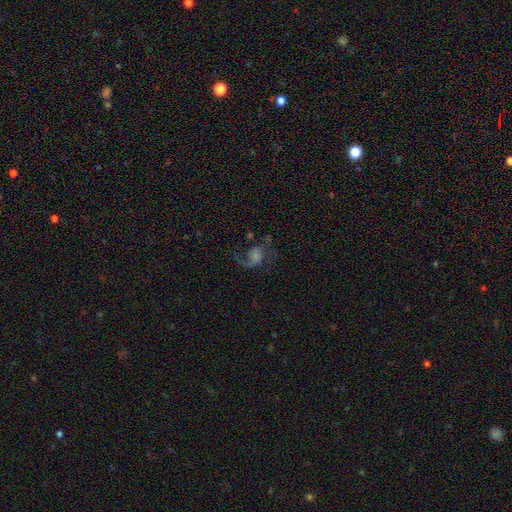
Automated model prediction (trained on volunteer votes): Smooth or featured?
  - featured or disk: 75% *
  - star or artifact: 13%
  - smooth: 12%
Edge-on disk?
  - no: 97% *
  - yes: 3%
Bar?
  - no: 61% *
  - weak: 33%
  - strong: 6%
Spiral arms?
  - yes: 94% *
  - no: 6%
Spiral winding?
  - loose: 56% *
  - medium: 37%
  - tight: 8%
Spiral arm count?
  - 2: 73% *
  - 1: 21%
  - can't tell: 3%
  - 3: 1%
  - 4: 1%
  - more than 4: 1%
Bulge size?
  - small: 35% *
  - moderate: 33%
  - none: 17%
  - large: 12%
  - dominant: 3%
Merging?
  - none: 60% *
  - major disturbance: 22%
  - minor disturbance: 15%
  - merger: 3%